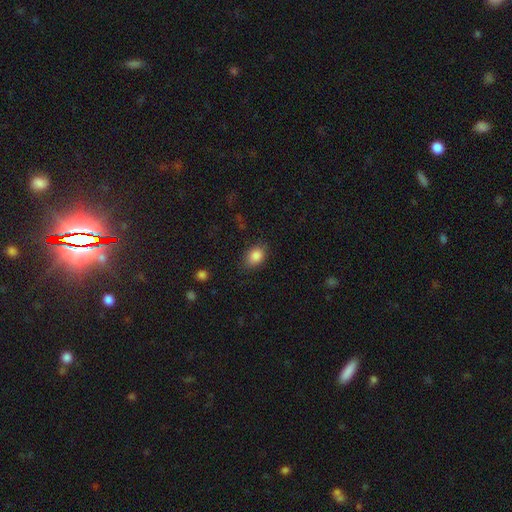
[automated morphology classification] A smooth galaxy with no disk features (87%) that is in between round and cigar-shaped (71%).

Vote fractions:
- Smooth or featured? smooth: 87% / star or artifact: 8% / featured or disk: 5%
- How rounded? in between: 71% / round: 28% / cigar-shaped: 1%
- Merging? none: 79% / minor disturbance: 16% / major disturbance: 4% / merger: 1%